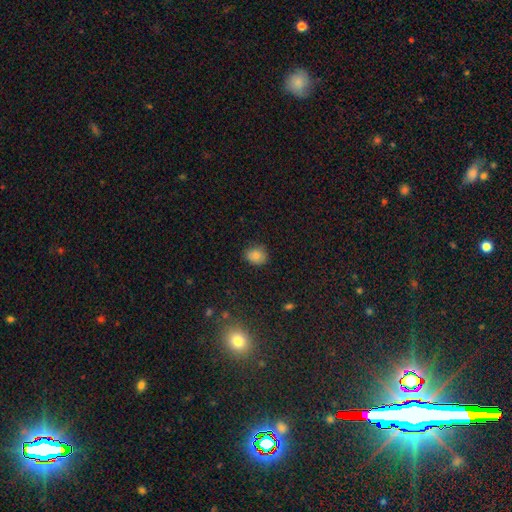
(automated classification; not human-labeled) The model was most divided on "how rounded": round: 51%, in between: 49%, cigar-shaped: 1%. More confident: smooth or featured — smooth (82%); merging — none (79%).